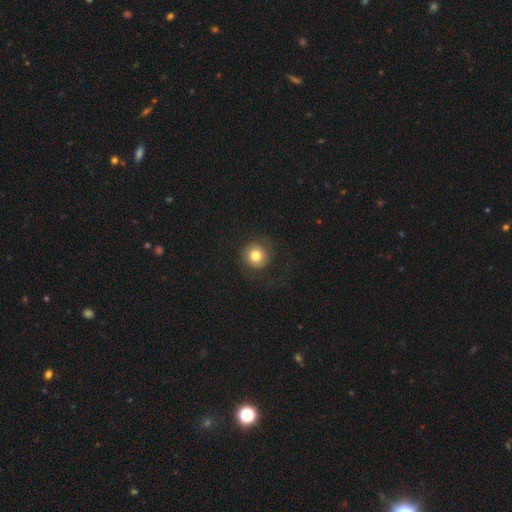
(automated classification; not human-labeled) Q: Smooth or featured?
A: smooth (77%); runner-up: featured or disk (13%)
Q: How rounded?
A: round (93%); runner-up: in between (6%)
Q: Merging?
A: none (79%); runner-up: minor disturbance (11%)